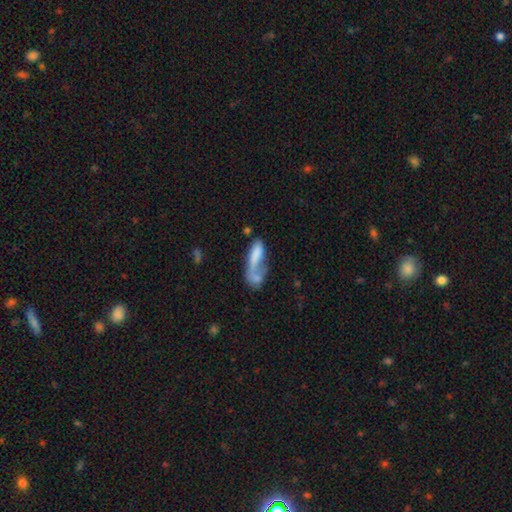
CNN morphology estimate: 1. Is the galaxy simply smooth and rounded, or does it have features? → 67% smooth, 25% featured or disk, 8% star or artifact.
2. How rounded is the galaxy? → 58% in between, 38% cigar-shaped, 4% round.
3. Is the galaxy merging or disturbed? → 43% merger, 24% major disturbance, 20% none, 13% minor disturbance.